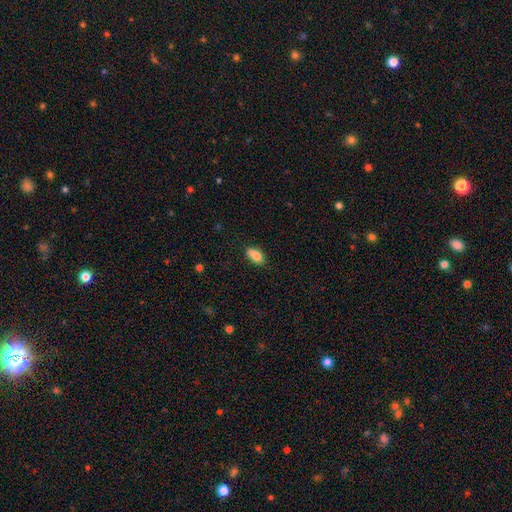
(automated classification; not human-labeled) Smooth or featured?
  - smooth: 79% *
  - featured or disk: 12%
  - star or artifact: 9%
How rounded?
  - in between: 86% *
  - round: 9%
  - cigar-shaped: 5%
Merging?
  - none: 57% *
  - minor disturbance: 23%
  - merger: 15%
  - major disturbance: 5%